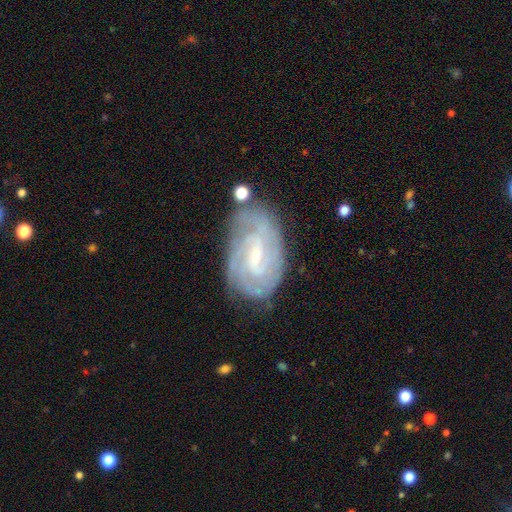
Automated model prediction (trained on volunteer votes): A featured or disk galaxy (80%) with a weak bar (57%), tight (64%) spiral arms (92%) and a small central bulge (61%).

Vote fractions:
- Smooth or featured? featured or disk: 80% / smooth: 13% / star or artifact: 6%
- Edge-on disk? no: 96% / yes: 4%
- Bar? weak: 57% / no: 22% / strong: 21%
- Spiral arms? yes: 92% / no: 8%
- Spiral winding? tight: 64% / medium: 29% / loose: 7%
- Spiral arm count? can't tell: 38% / 2: 24% / 3: 18% / 4: 11% / 1: 4% / more than 4: 4%
- Bulge size? small: 61% / moderate: 28% / none: 8% / large: 2% / dominant: 1%
- Merging? none: 67% / minor disturbance: 22% / major disturbance: 8% / merger: 3%